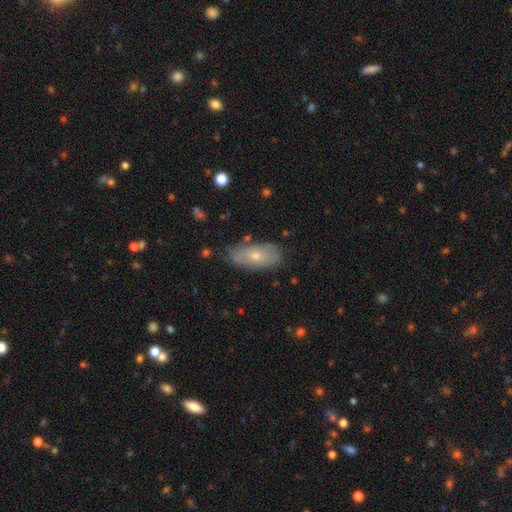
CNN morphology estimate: smooth-or-featured: smooth: 59% | featured or disk: 34% | star or artifact: 7%
  how-rounded: in between: 88% | cigar-shaped: 9% | round: 3%
  merging: none: 74% | minor disturbance: 19% | major disturbance: 4% | merger: 2%